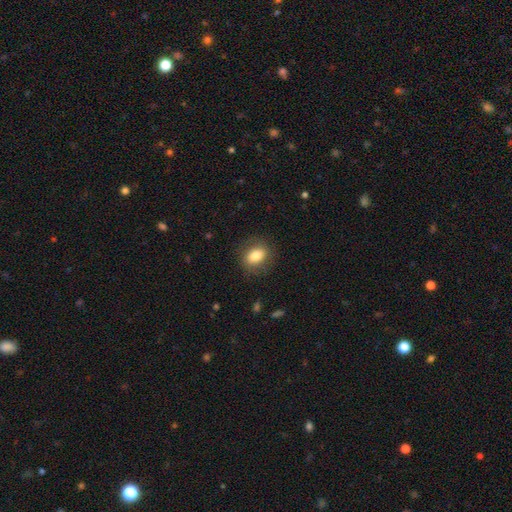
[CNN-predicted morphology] This is likely a smooth galaxy (80%). How rounded: likely in between (63%). Merging: clearly none (83%).